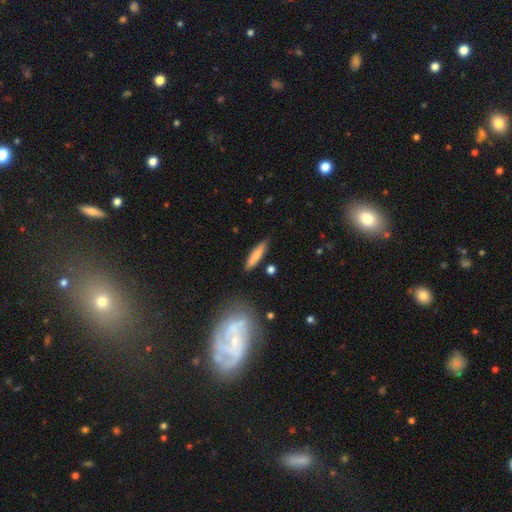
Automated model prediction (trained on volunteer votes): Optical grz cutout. It shows a smooth galaxy with no disk features (78%) that is cigar-shaped (80%). Merging: none (84%).